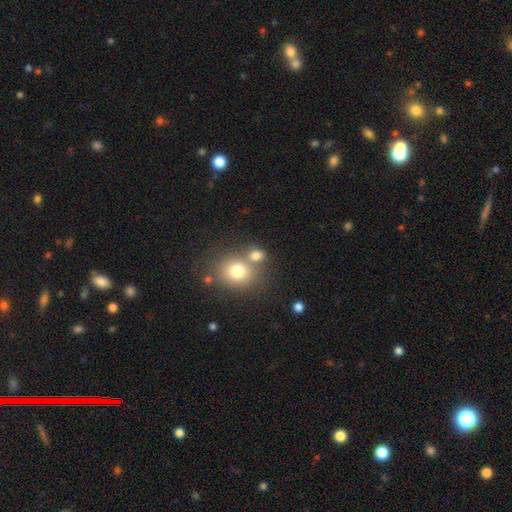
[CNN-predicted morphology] The model was most divided on "how rounded": round: 57%, in between: 42%, cigar-shaped: 1%. More confident: smooth or featured — smooth (77%); merging — none (51%).